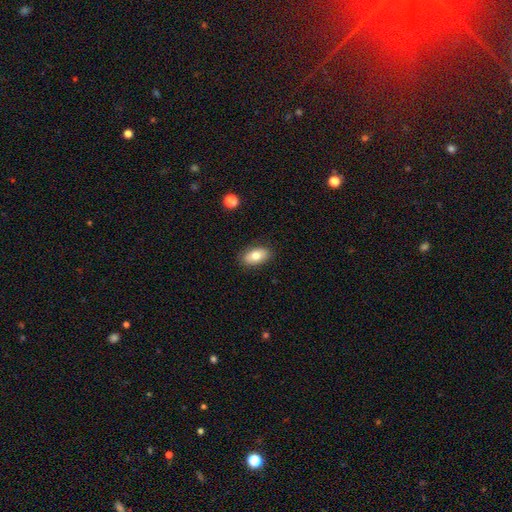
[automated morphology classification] type=smooth (77%); roundness=in between (91%); merging=none (86%).